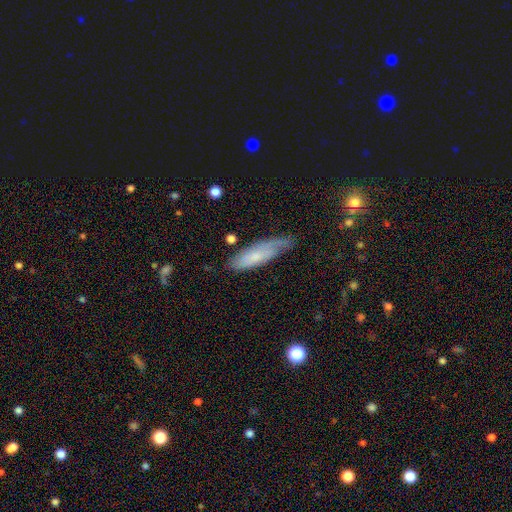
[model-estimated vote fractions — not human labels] This is possibly a smooth galaxy (57%). How rounded: possibly cigar-shaped (53%). Merging: possibly none (55%).